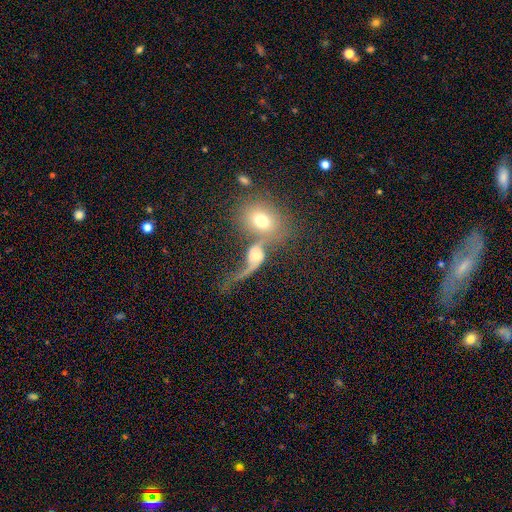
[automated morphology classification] Smooth or featured? featured or disk (60%)
Edge-on disk? no (91%)
Bar? no (58%)
Spiral arms? yes (78%)
Bulge size? moderate (49%)
Merging? merger (47%)